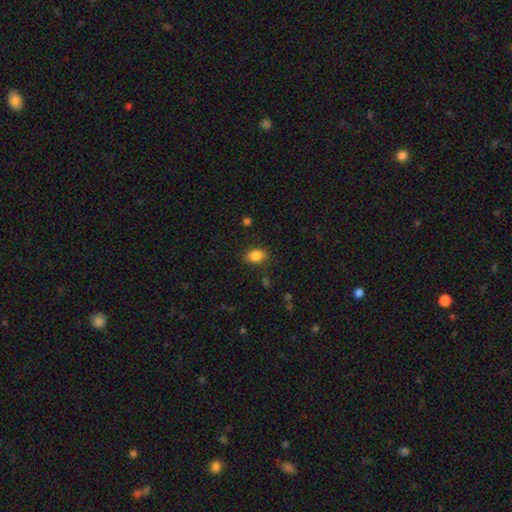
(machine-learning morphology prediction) Smooth or featured: smooth — 85% (star or artifact — 10%)
How rounded: in between — 78% (round — 21%)
Merging: none — 83% (minor disturbance — 12%)